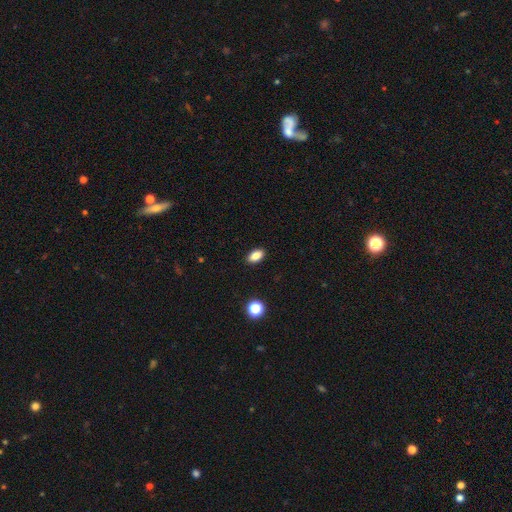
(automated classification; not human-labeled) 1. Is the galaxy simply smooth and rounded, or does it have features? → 85% smooth, 10% star or artifact, 5% featured or disk.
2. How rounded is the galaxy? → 89% in between, 7% round, 4% cigar-shaped.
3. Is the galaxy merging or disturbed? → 90% none, 7% minor disturbance, 2% major disturbance, 1% merger.